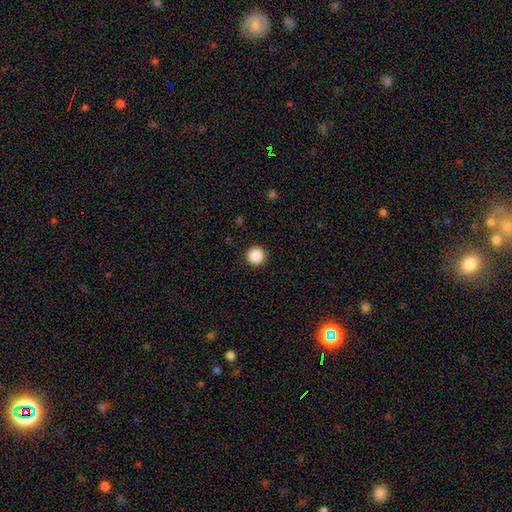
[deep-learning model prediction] smooth 88%, star or artifact 9%, featured or disk 2%. Down the decision tree: how rounded — round (96%); merging — none (93%).